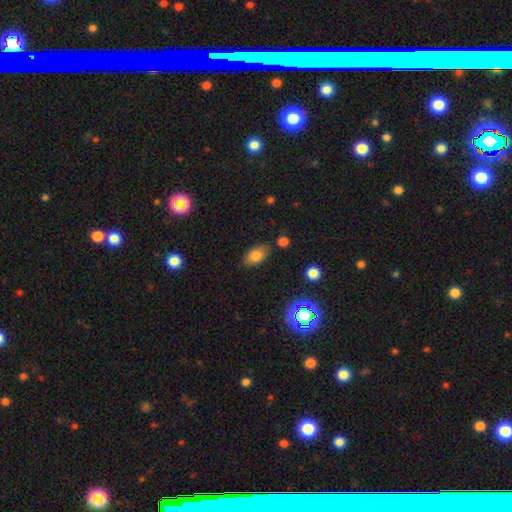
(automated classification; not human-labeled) This appears to be a smooth galaxy with no disk features (80%) that is in between round and cigar-shaped (90%). Merging: none (79%).